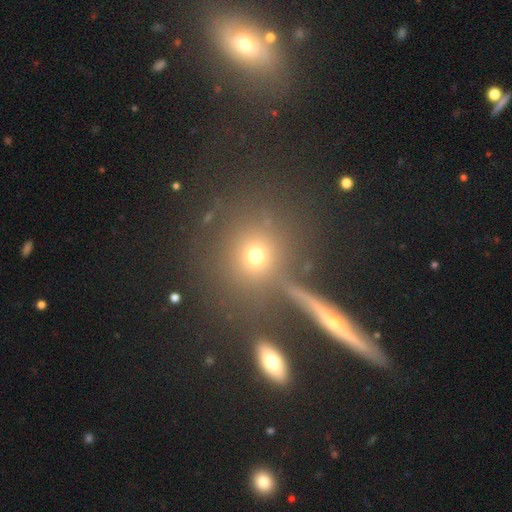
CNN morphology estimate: Smooth or featured: smooth — 66% (star or artifact — 21%)
How rounded: round — 86% (in between — 11%)
Merging: none — 72% (merger — 13%)